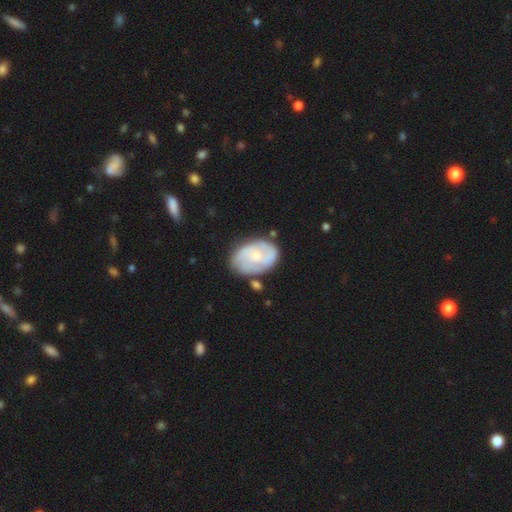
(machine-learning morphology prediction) smooth_or_featured: featured or disk (p=0.71) [alt: smooth p=0.23]
disk_edge_on: no (p=0.98) [alt: yes p=0.02]
bar: no (p=0.61) [alt: weak p=0.34]
has_spiral_arms: yes (p=0.89) [alt: no p=0.11]
spiral_winding: medium (p=0.44) [alt: tight p=0.37]
spiral_arm_count: 2 (p=0.54) [alt: can't tell p=0.22]
bulge_size: small (p=0.58) [alt: moderate p=0.32]
merging: none (p=0.67) [alt: minor disturbance p=0.21]